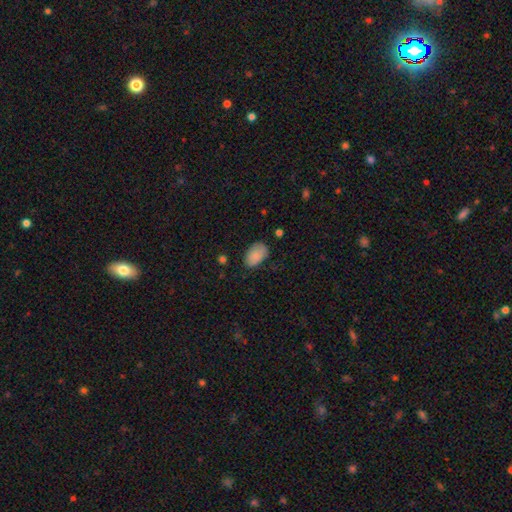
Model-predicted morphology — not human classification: A smooth galaxy with no disk features (87%) that is in between round and cigar-shaped (92%). Merging: none (75%).